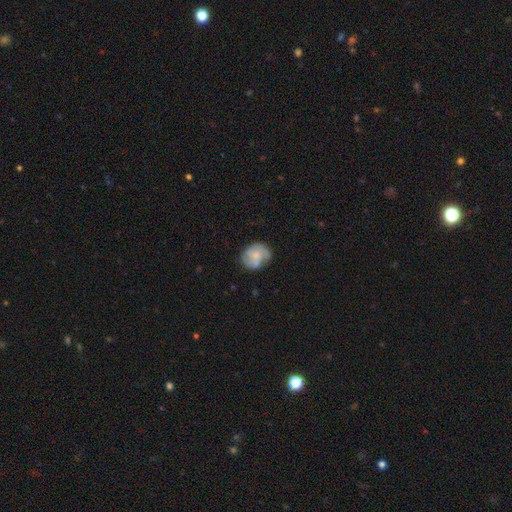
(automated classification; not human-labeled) Overall: featured or disk (59%; smooth 34%). Edge-on disk: no (98%). Bar: no (73%). Spiral arms: yes (81%). Bulge size: small (51%; moderate 28%). Merging: none (66%).